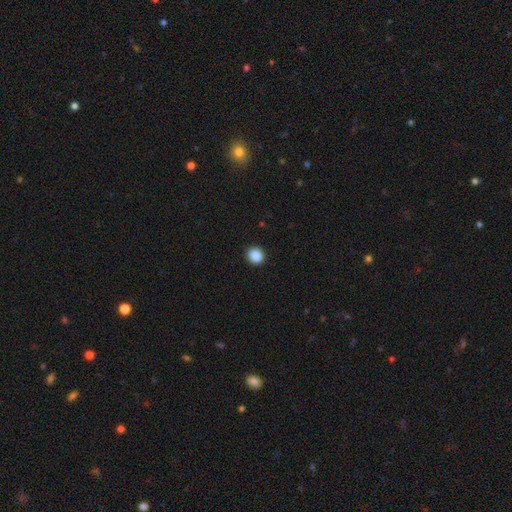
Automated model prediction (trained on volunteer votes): The model was most divided on "how rounded": round: 83%, in between: 16%, cigar-shaped: 1%. More confident: merging — none (92%); smooth or featured — smooth (88%).